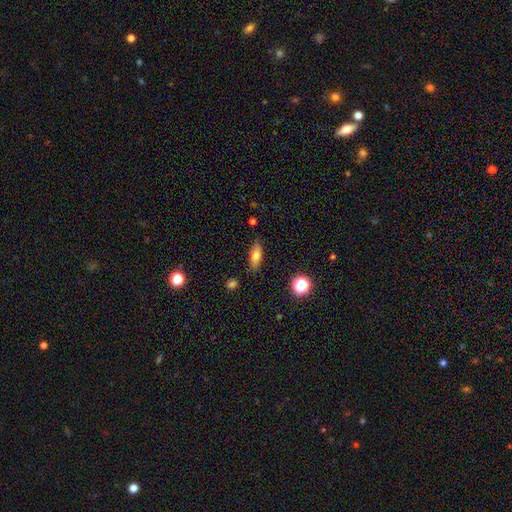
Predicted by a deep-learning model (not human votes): This appears to be a smooth galaxy with no disk features (70%) that is in between round and cigar-shaped (64%). Merging: none (84%).